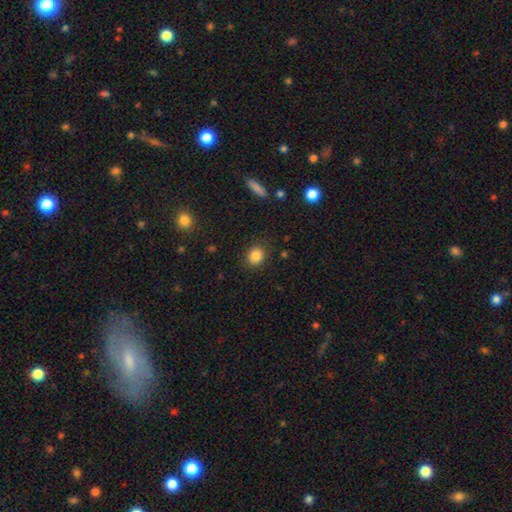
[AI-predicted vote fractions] Smooth or featured? smooth (85%)
How rounded? round (76%)
Merging? none (88%)